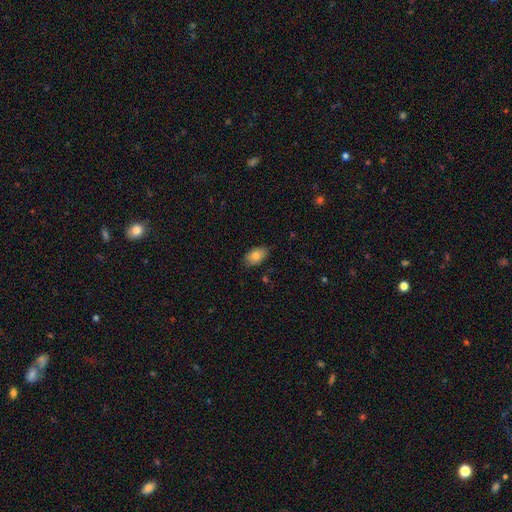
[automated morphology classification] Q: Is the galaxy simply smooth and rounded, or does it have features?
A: smooth — 80%.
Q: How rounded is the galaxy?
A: in between — 90%.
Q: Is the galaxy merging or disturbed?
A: none — 80%.